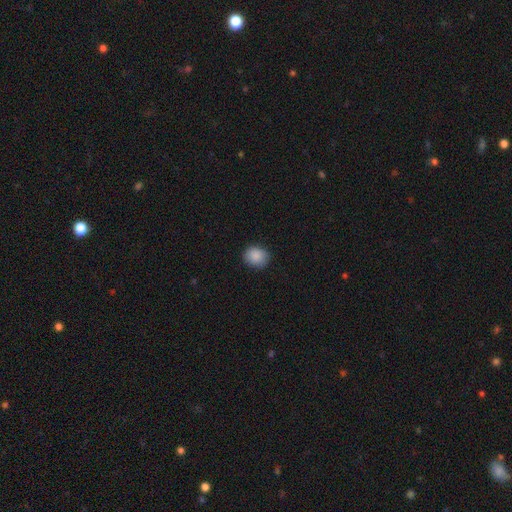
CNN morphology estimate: The model was most divided on "how rounded": round: 67%, in between: 32%, cigar-shaped: 1%. More confident: smooth or featured — smooth (89%); merging — none (86%).